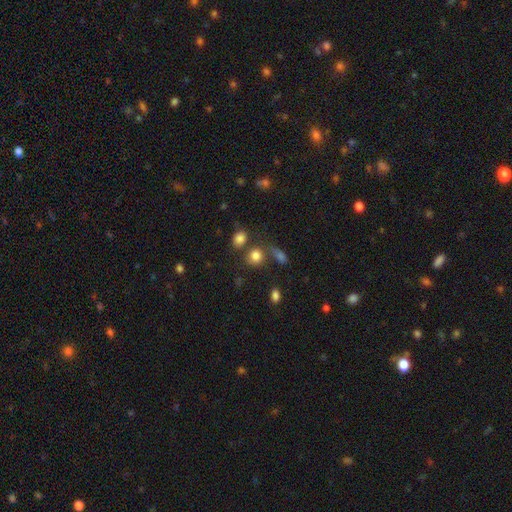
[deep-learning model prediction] A smooth galaxy with no disk features (81%) that is round (76%).

Vote fractions:
- Smooth or featured? smooth: 81% / star or artifact: 12% / featured or disk: 7%
- How rounded? round: 76% / in between: 23% / cigar-shaped: 1%
- Merging? none: 65% / merger: 19% / minor disturbance: 11% / major disturbance: 6%